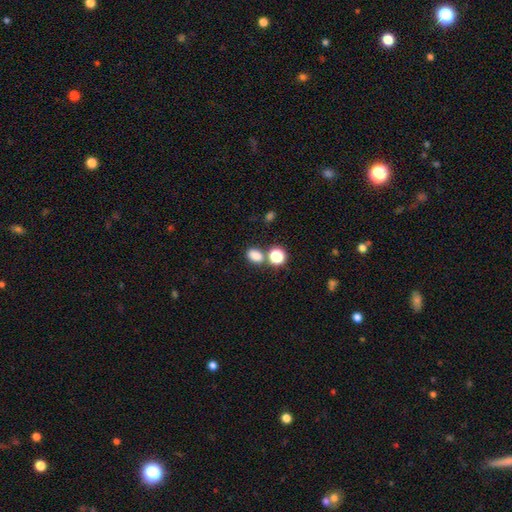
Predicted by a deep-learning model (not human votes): This is clearly a smooth galaxy (80%). How rounded: likely in between (69%). Merging: likely none (64%).